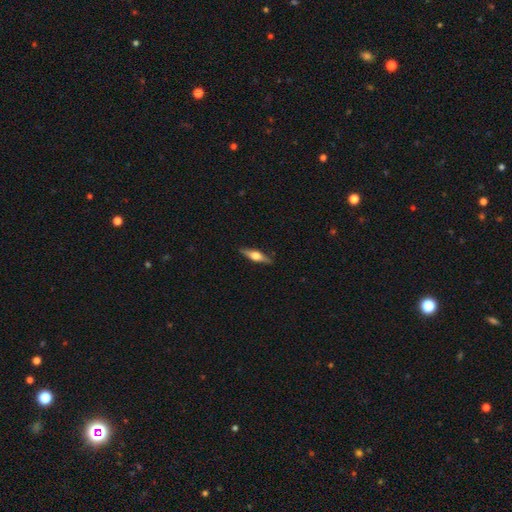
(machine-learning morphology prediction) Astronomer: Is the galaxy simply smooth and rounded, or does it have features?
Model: featured or disk — 59% (runner-up: smooth, 35%).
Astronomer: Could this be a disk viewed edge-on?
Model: yes — 96%.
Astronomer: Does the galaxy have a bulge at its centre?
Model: rounded — 91%.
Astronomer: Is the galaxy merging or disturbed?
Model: none — 88%.